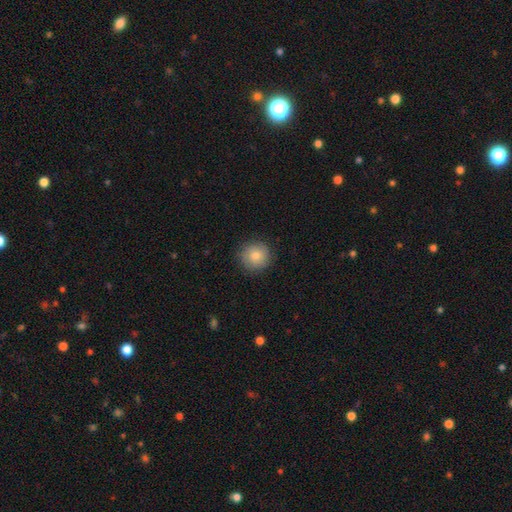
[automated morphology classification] Smooth or featured? Predicted: smooth (p=0.80). How rounded? Predicted: round (p=0.94). Merging? Predicted: none (p=0.87).